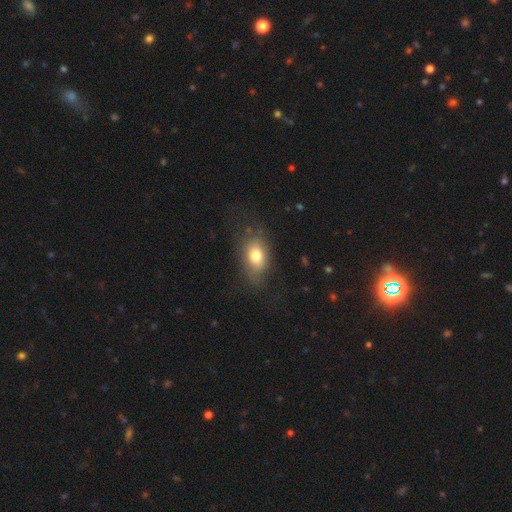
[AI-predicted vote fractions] Smooth or featured: smooth — 76% (featured or disk — 14%)
How rounded: in between — 81% (round — 17%)
Merging: none — 71% (minor disturbance — 19%)